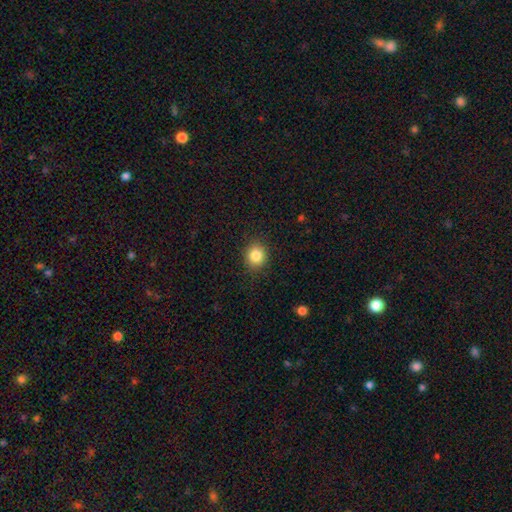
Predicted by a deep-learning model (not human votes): This appears to be a smooth galaxy with no disk features (85%) that is round (82%). Merging: none (89%).